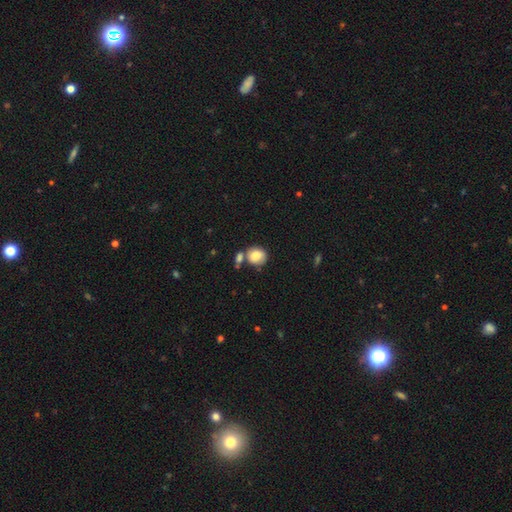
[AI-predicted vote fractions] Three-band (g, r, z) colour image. It shows a smooth galaxy with no disk features (83%) that is round (72%). Merging: none (52%).